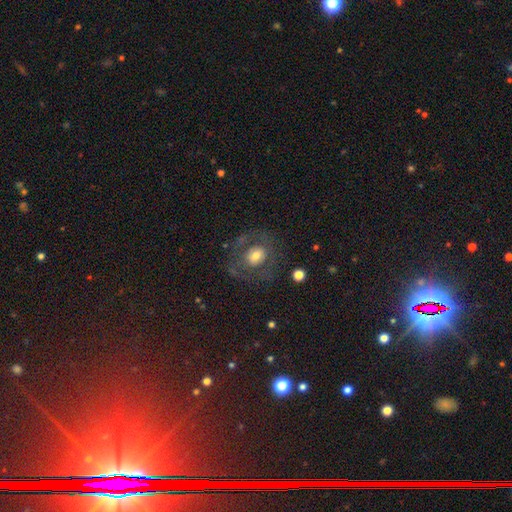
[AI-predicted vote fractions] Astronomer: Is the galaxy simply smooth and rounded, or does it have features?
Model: smooth — 47% (runner-up: featured or disk, 43%).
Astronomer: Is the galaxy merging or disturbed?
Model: none — 66%.